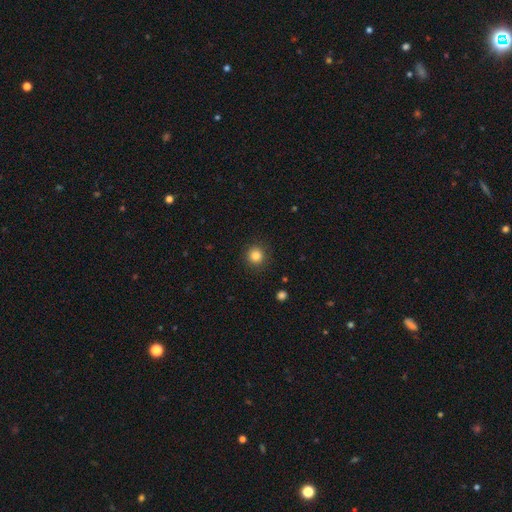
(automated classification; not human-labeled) A smooth galaxy with no disk features (83%) that is round (93%).

Vote fractions:
- Smooth or featured? smooth: 83% / star or artifact: 11% / featured or disk: 5%
- How rounded? round: 93% / in between: 6% / cigar-shaped: 1%
- Merging? none: 90% / minor disturbance: 7% / major disturbance: 2% / merger: 1%